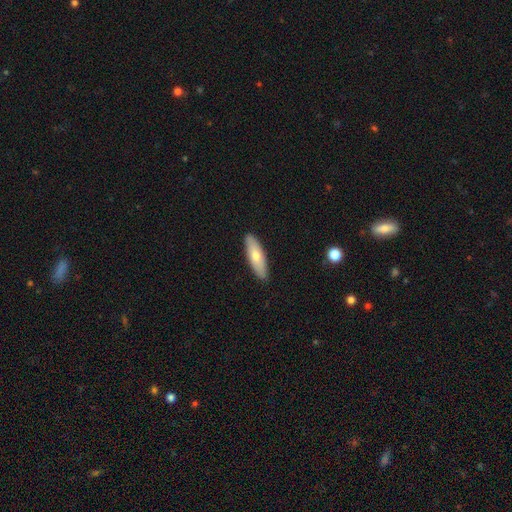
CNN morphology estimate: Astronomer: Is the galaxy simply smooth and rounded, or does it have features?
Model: smooth — 67%.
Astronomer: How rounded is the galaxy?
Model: in between — 51% (runner-up: cigar-shaped, 47%).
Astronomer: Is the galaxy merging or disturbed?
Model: none — 89%.